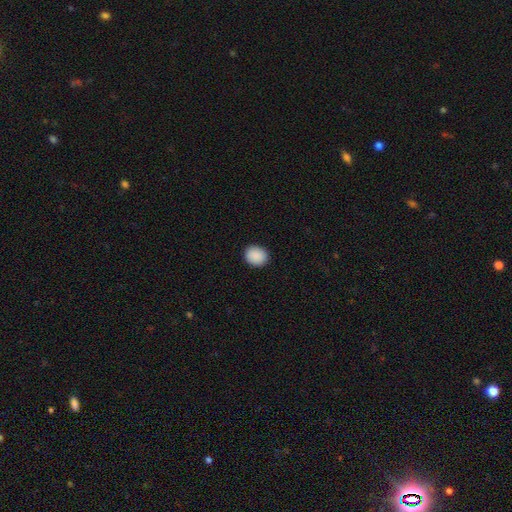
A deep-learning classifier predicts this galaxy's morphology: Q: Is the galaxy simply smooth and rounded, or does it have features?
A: smooth — 90%.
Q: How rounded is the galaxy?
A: round — 68%.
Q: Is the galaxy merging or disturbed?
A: none — 91%.